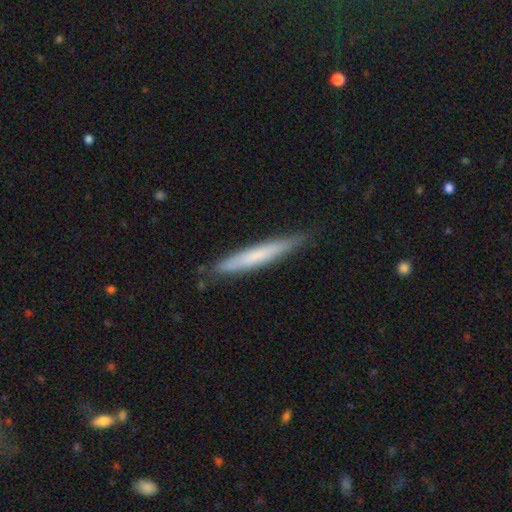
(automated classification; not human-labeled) Overall: smooth (63%; featured or disk 32%). How rounded: cigar-shaped (95%). Merging: none (84%).